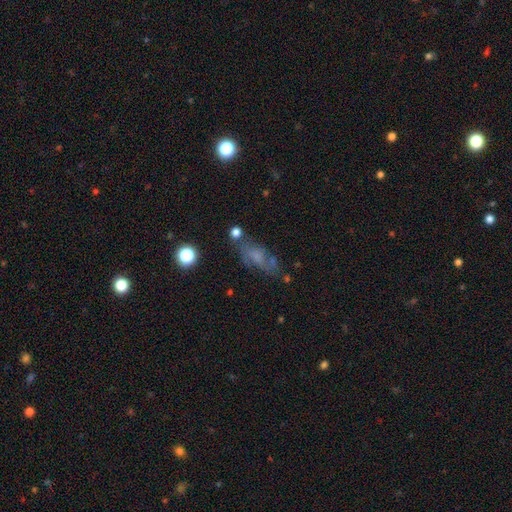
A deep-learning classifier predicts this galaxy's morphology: This appears to be a smooth galaxy with no disk features (45%). Merging: none (55%).